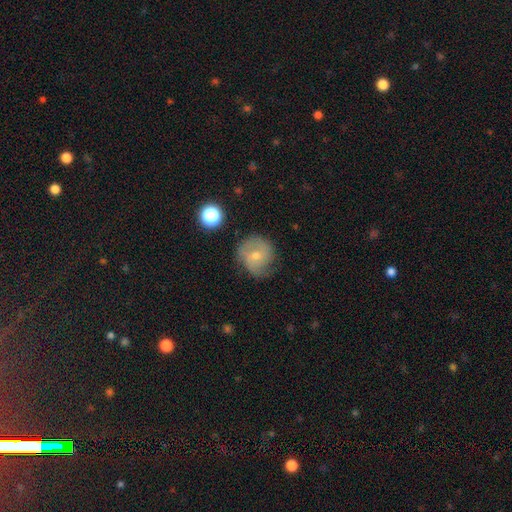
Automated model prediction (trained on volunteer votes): smooth_or_featured: featured or disk (p=0.50) [alt: smooth p=0.40]
disk_edge_on: no (p=0.97) [alt: yes p=0.03]
merging: none (p=0.62) [alt: minor disturbance p=0.26]